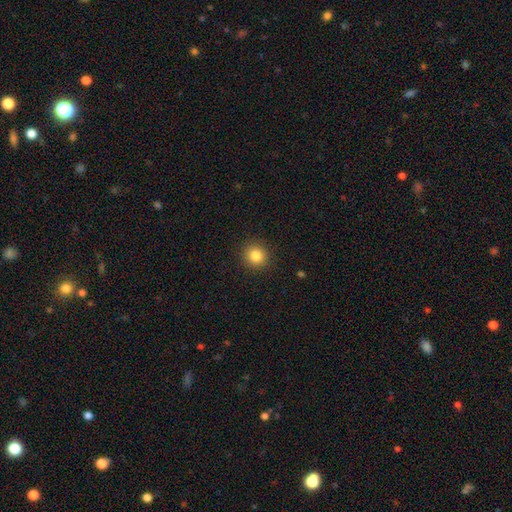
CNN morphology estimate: This is clearly a smooth galaxy (83%). How rounded: clearly round (93%). Merging: clearly none (92%).